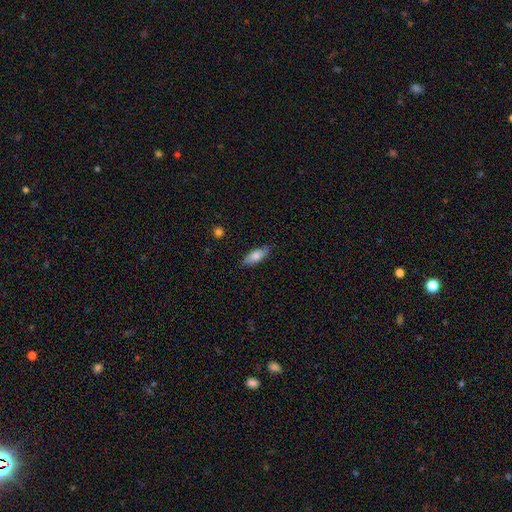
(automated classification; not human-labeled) Smooth or featured? Predicted: smooth (p=0.75). How rounded? Predicted: in between (p=0.66). Merging? Predicted: none (p=0.85).